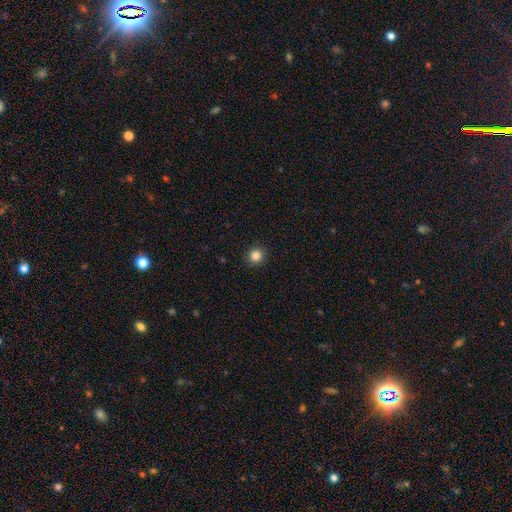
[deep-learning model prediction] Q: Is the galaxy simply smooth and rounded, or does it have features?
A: smooth — 85%.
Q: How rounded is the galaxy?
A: round — 91%.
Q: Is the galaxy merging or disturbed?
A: none — 92%.